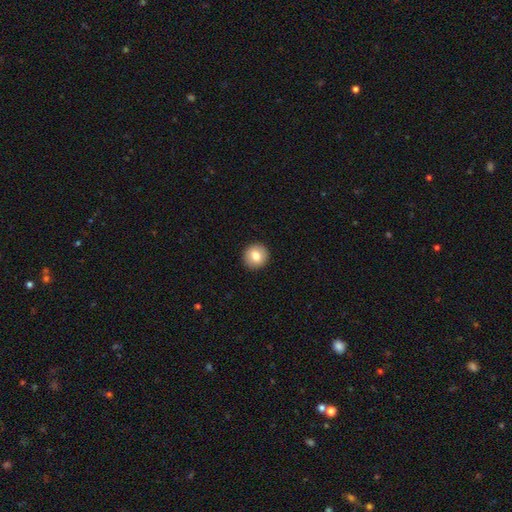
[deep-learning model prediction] smooth_or_featured: smooth (p=0.80) [alt: featured or disk p=0.12]
how_rounded: round (p=0.92) [alt: in between p=0.07]
merging: none (p=0.93) [alt: minor disturbance p=0.05]